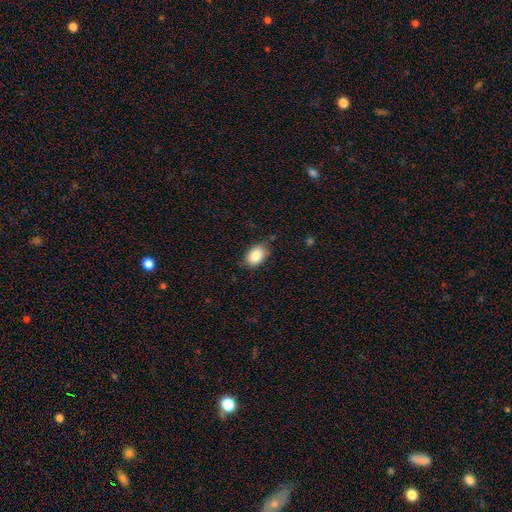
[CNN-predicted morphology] Overall: smooth (86%). How rounded: in between (83%). Merging: none (77%).